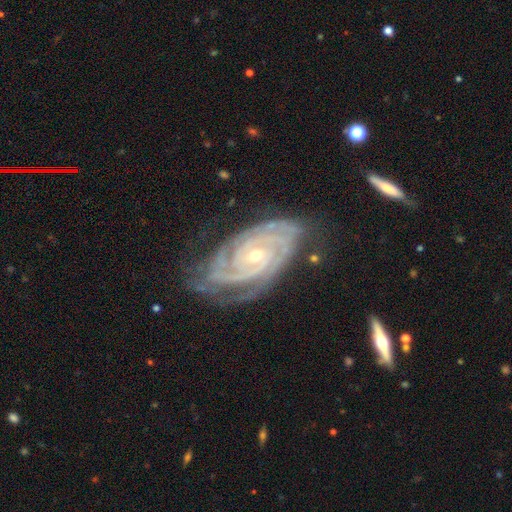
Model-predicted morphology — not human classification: A featured or disk galaxy (93%) with no bar (63%), 3 (31%) tight (82%) spiral arms (99%) and a small central bulge (63%).

Vote fractions:
- Smooth or featured? featured or disk: 93% / star or artifact: 5% / smooth: 3%
- Edge-on disk? no: 96% / yes: 4%
- Bar? no: 63% / weak: 25% / strong: 12%
- Spiral arms? yes: 99% / no: 1%
- Spiral winding? tight: 82% / medium: 16% / loose: 2%
- Spiral arm count? 3: 31% / 2: 28% / 4: 17% / can't tell: 12% / more than 4: 6% / 1: 5%
- Bulge size? small: 63% / moderate: 35% / large: 1% / none: 1% / dominant: 1%
- Merging? none: 69% / minor disturbance: 22% / major disturbance: 7% / merger: 2%